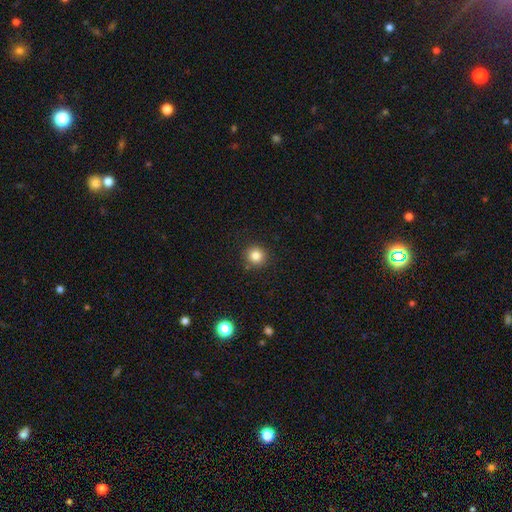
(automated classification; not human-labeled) smooth 84%, star or artifact 11%, featured or disk 5%. Down the decision tree: how rounded — round (93%); merging — none (90%).